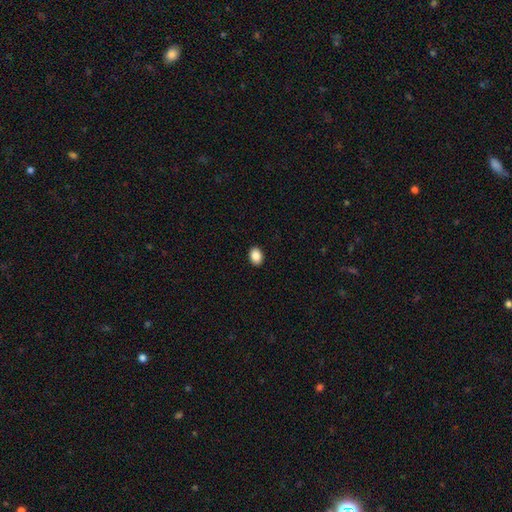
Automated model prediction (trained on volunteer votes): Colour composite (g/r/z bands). It shows a smooth galaxy with no disk features (88%) that is in between round and cigar-shaped (71%). Merging: none (91%).